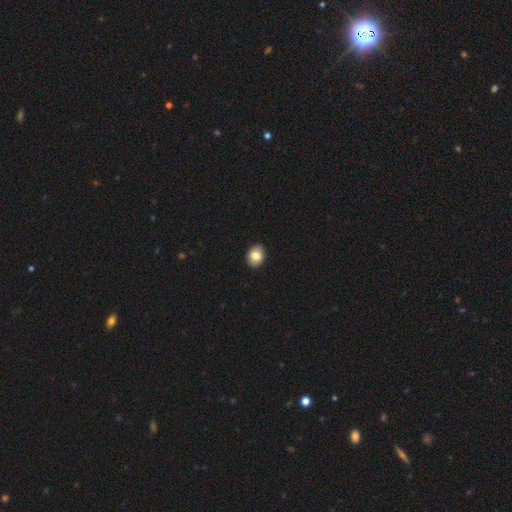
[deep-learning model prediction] Morphology: type=smooth (83%); roundness=in between (64%); merging=none (91%).